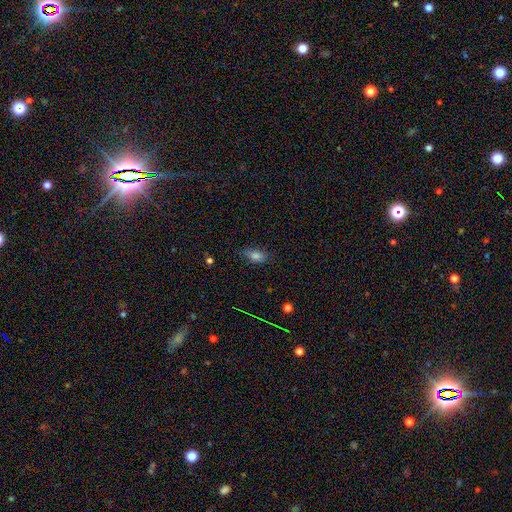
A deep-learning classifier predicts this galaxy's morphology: Q: Smooth or featured?
A: smooth (77%); runner-up: star or artifact (13%)
Q: How rounded?
A: in between (86%); runner-up: round (8%)
Q: Merging?
A: none (78%); runner-up: minor disturbance (17%)